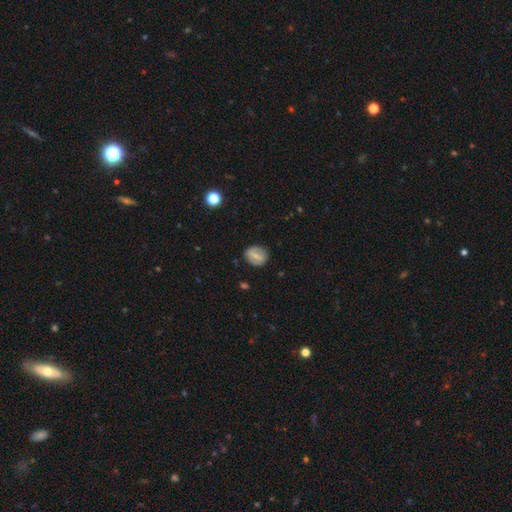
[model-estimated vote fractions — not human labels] Smooth or featured: smooth — 53% (featured or disk — 38%)
How rounded: round — 55% (in between — 43%)
Merging: none — 83% (minor disturbance — 12%)